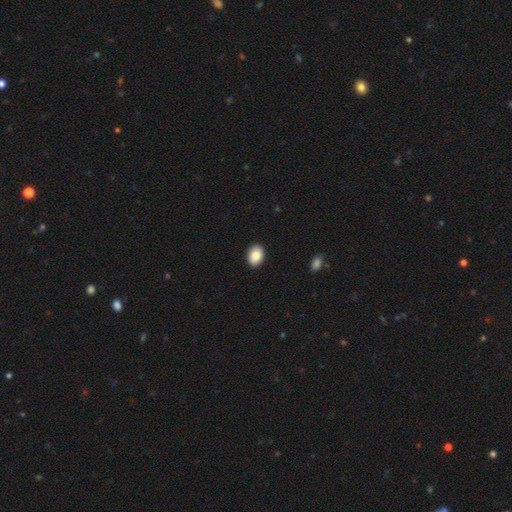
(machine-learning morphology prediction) A smooth galaxy with no disk features (87%) that is in between round and cigar-shaped (77%).

Vote fractions:
- Smooth or featured? smooth: 87% / star or artifact: 7% / featured or disk: 6%
- How rounded? in between: 77% / round: 22% / cigar-shaped: 1%
- Merging? none: 90% / minor disturbance: 7% / major disturbance: 2% / merger: 1%